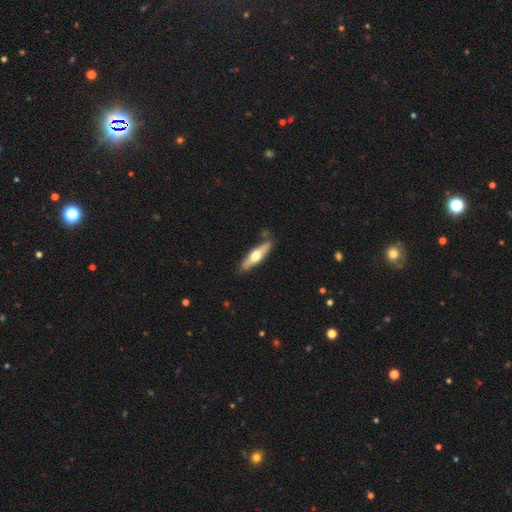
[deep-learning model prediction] Smooth or featured? featured or disk (49%)
Merging? none (84%)